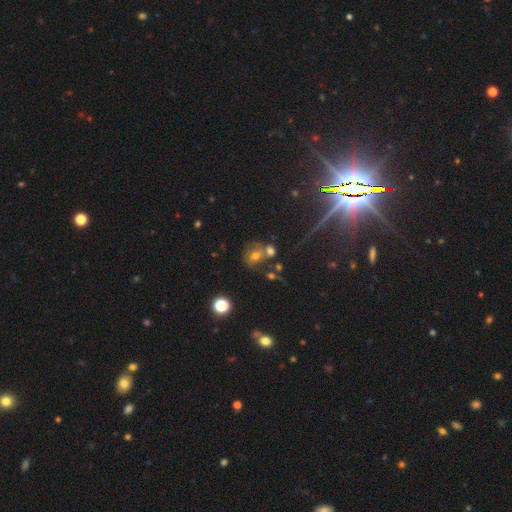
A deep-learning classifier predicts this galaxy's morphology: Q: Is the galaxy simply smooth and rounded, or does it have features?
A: smooth — 46%.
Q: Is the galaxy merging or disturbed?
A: none — 49%.